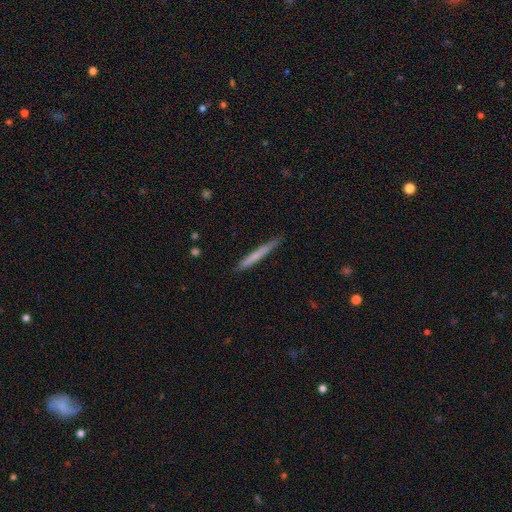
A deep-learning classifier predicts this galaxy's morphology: A smooth galaxy with no disk features (64%) that is cigar-shaped (97%).

Vote fractions:
- Smooth or featured? smooth: 64% / featured or disk: 30% / star or artifact: 6%
- How rounded? cigar-shaped: 97% / in between: 2% / round: 1%
- Merging? none: 85% / minor disturbance: 11% / major disturbance: 2% / merger: 1%